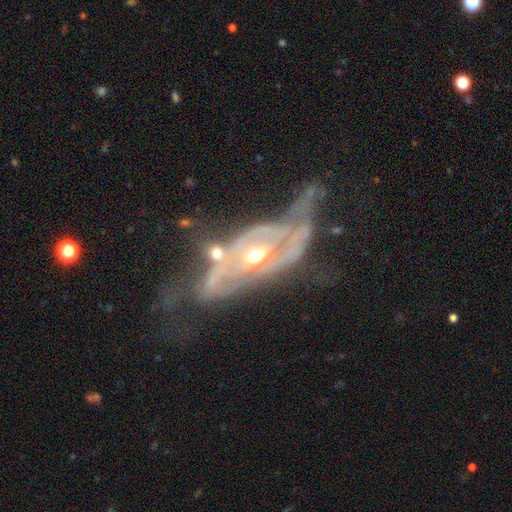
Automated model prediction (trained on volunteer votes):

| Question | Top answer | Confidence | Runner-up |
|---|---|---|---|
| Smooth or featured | featured or disk | 85% | smooth (8%) |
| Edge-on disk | no | 85% | yes (15%) |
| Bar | no | 61% | weak (24%) |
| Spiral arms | yes | 71% | no (29%) |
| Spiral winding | tight | 48% | medium (34%) |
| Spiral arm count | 2 | 41% | can't tell (39%) |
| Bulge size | moderate | 67% | small (28%) |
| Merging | none | 34% | major disturbance (32%) |